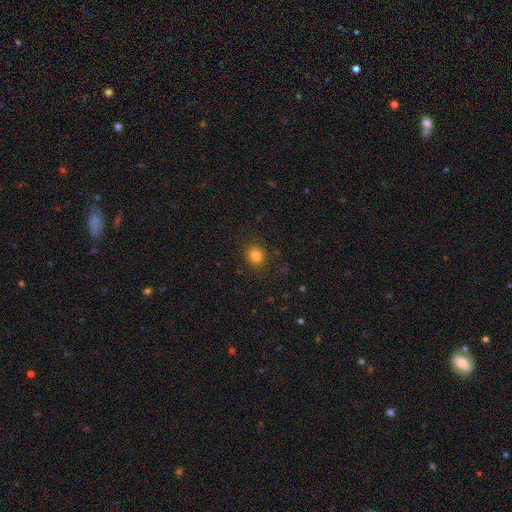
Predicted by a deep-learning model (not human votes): Overall: smooth (82%). How rounded: round (78%). Merging: none (89%).